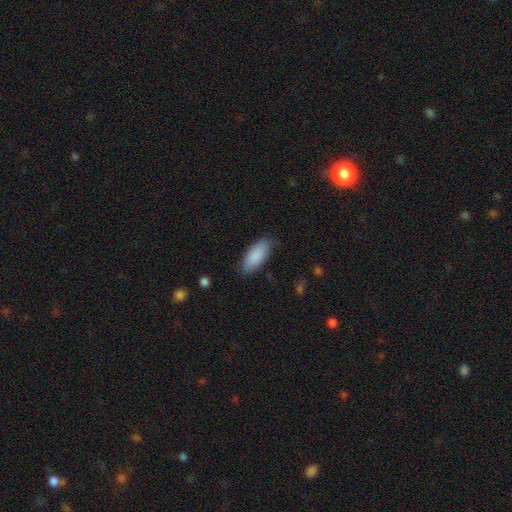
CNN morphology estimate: smooth_or_featured: smooth (p=0.89) [alt: featured or disk p=0.06]
how_rounded: in between (p=0.85) [alt: cigar-shaped p=0.13]
merging: none (p=0.80) [alt: minor disturbance p=0.16]